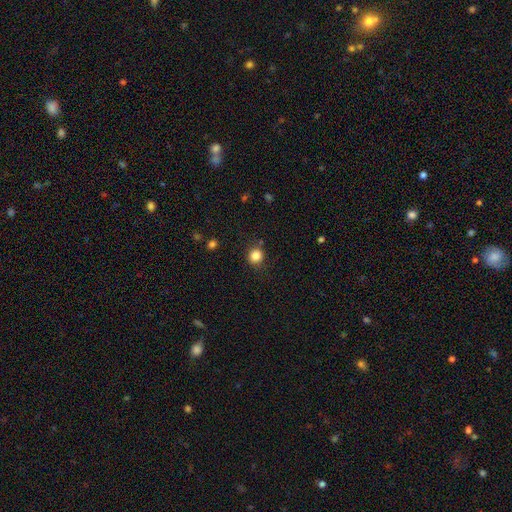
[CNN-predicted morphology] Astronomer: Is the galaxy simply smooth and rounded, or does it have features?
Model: smooth — 84%.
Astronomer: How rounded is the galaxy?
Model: round — 85%.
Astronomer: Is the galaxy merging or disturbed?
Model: none — 82%.